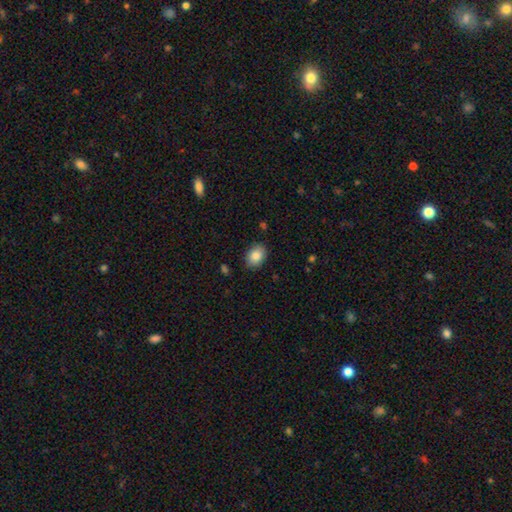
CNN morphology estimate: Smooth or featured?
  - smooth: 86% *
  - star or artifact: 8%
  - featured or disk: 6%
How rounded?
  - in between: 70% *
  - round: 29%
  - cigar-shaped: 1%
Merging?
  - none: 86% *
  - minor disturbance: 10%
  - major disturbance: 2%
  - merger: 1%